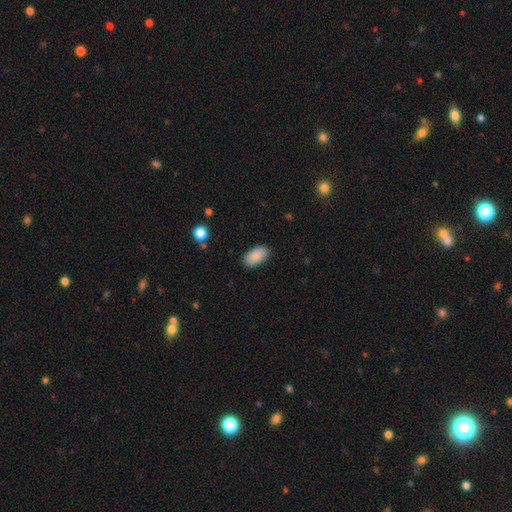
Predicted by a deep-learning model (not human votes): Smooth or featured? Predicted: smooth (p=0.85). How rounded? Predicted: in between (p=0.94). Merging? Predicted: none (p=0.85).